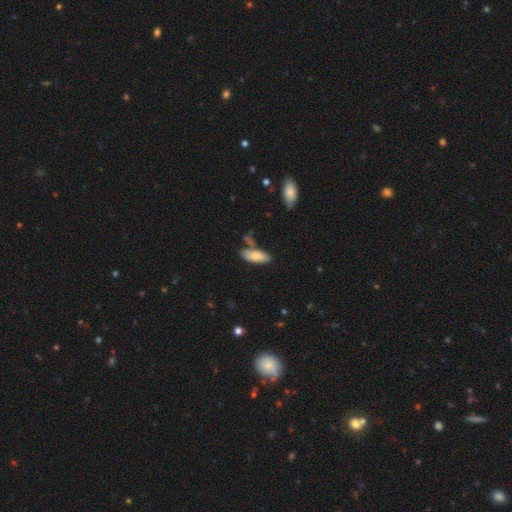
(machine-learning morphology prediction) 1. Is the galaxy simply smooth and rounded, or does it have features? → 79% smooth, 14% featured or disk, 6% star or artifact.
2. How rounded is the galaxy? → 78% in between, 20% cigar-shaped, 2% round.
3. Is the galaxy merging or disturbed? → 64% none, 20% minor disturbance, 12% merger, 5% major disturbance.